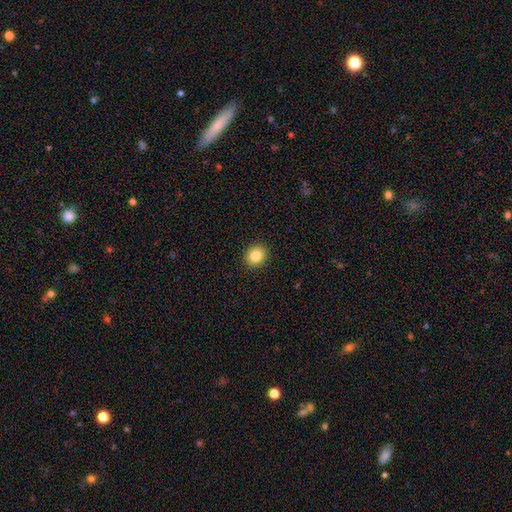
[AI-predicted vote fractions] The model was most divided on "how rounded": round: 75%, in between: 24%, cigar-shaped: 1%. More confident: merging — none (91%); smooth or featured — smooth (84%).